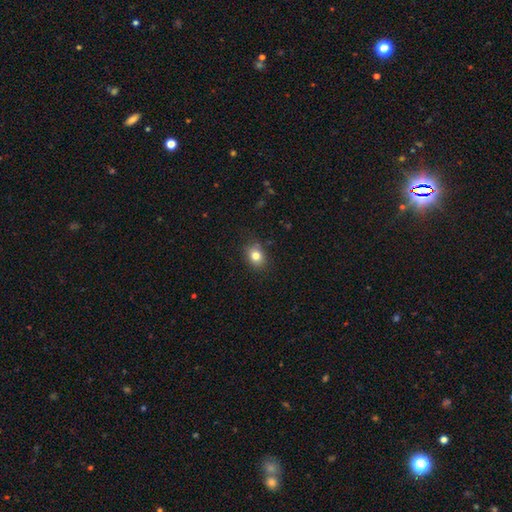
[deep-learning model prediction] smooth 80%, star or artifact 11%, featured or disk 9%. Down the decision tree: how rounded — in between (53%); merging — none (84%).